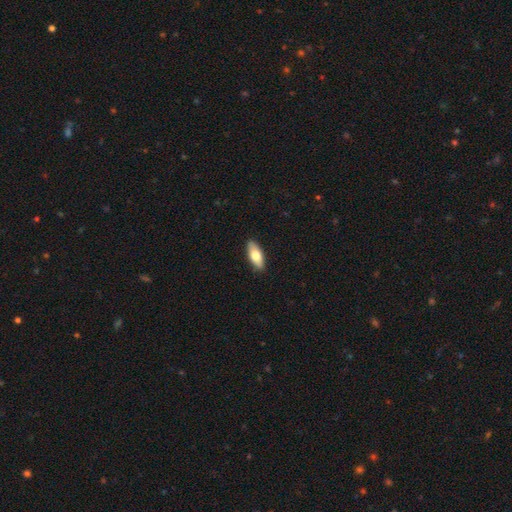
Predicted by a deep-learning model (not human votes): Overall: smooth (73%). How rounded: in between (78%). Merging: none (89%).